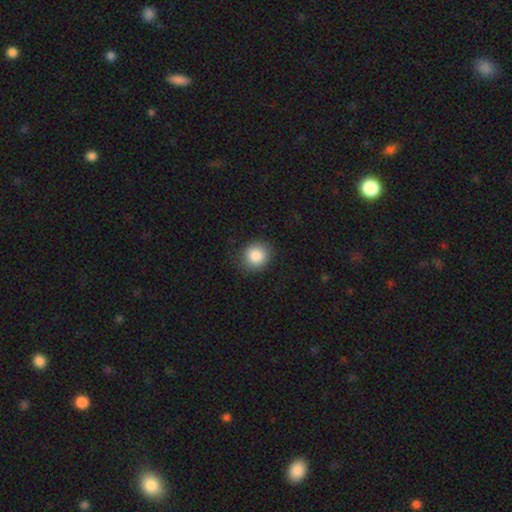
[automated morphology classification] This appears to be a smooth galaxy with no disk features (86%) that is round (82%). Merging: none (83%).